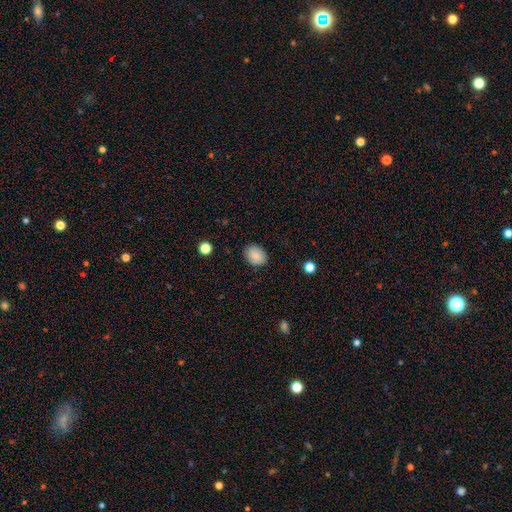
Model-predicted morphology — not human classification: Smooth or featured: smooth — 85% (star or artifact — 8%)
How rounded: in between — 56% (round — 43%)
Merging: none — 84% (minor disturbance — 12%)